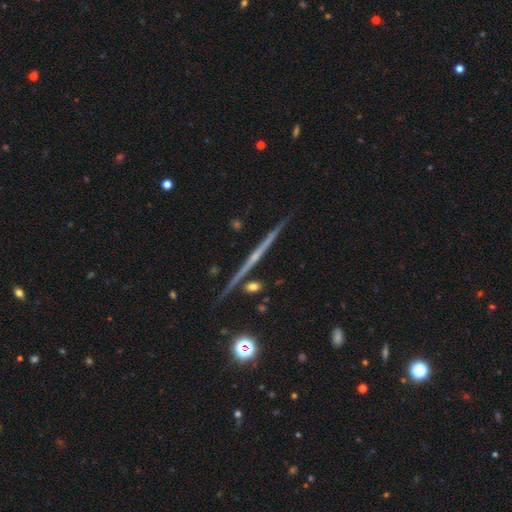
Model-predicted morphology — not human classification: A featured or disk galaxy (79%) viewed edge-on (98%) with no central bulge (52%). Merging: none (91%).